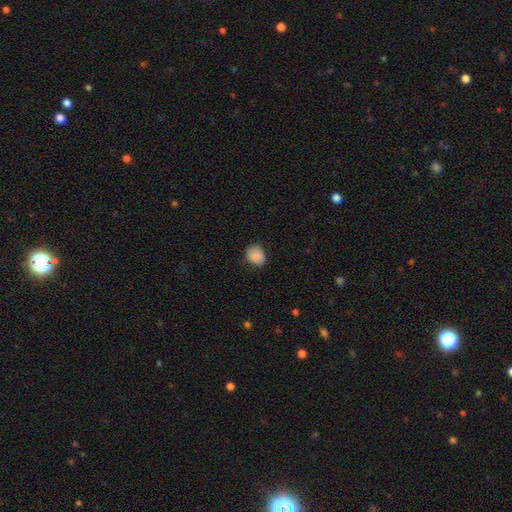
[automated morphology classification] type=smooth (86%); roundness=round (58%); merging=none (75%).